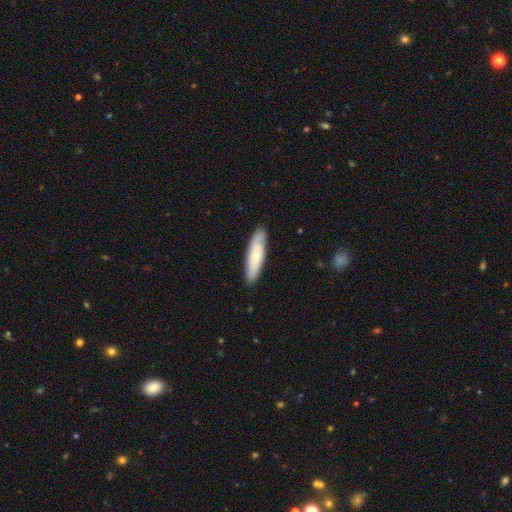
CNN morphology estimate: Q: Smooth or featured?
A: smooth (66%); runner-up: featured or disk (29%)
Q: How rounded?
A: cigar-shaped (67%); runner-up: in between (31%)
Q: Merging?
A: none (87%); runner-up: minor disturbance (10%)